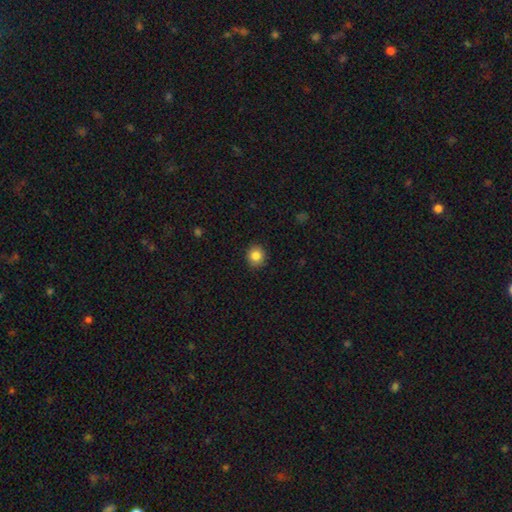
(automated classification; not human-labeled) Smooth or featured: smooth — 84% (star or artifact — 10%)
How rounded: round — 88% (in between — 11%)
Merging: none — 91% (minor disturbance — 6%)